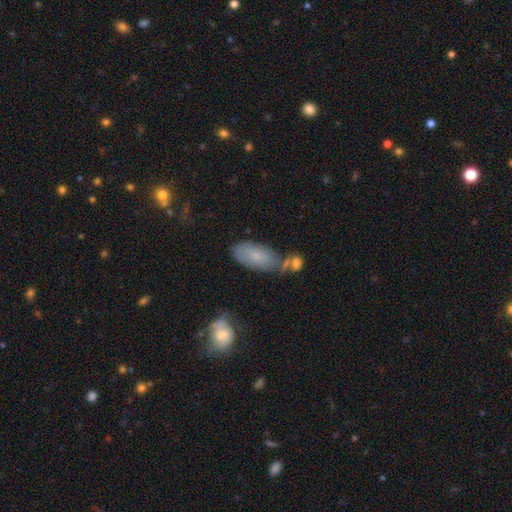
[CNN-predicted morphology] smooth_or_featured: smooth (p=0.73) [alt: featured or disk p=0.20]
how_rounded: in between (p=0.89) [alt: cigar-shaped p=0.08]
merging: none (p=0.56) [alt: minor disturbance p=0.23]